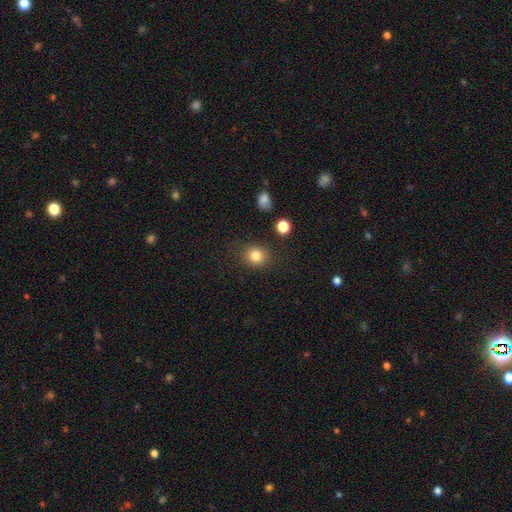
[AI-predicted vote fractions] smooth_or_featured: smooth (p=0.83) [alt: star or artifact p=0.11]
how_rounded: round (p=0.75) [alt: in between p=0.24]
merging: none (p=0.84) [alt: minor disturbance p=0.10]